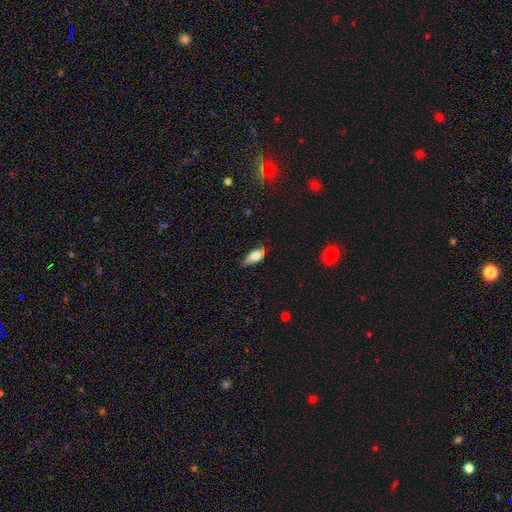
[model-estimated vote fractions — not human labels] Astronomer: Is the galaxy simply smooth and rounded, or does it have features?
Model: smooth — 76%.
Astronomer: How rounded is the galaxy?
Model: in between — 83%.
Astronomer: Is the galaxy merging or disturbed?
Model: none — 49% (runner-up: minor disturbance, 37%).